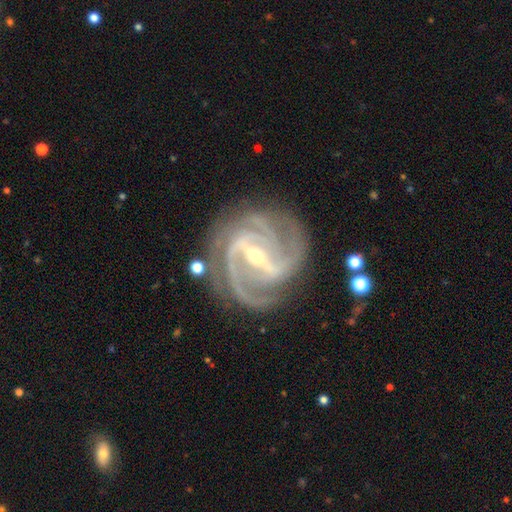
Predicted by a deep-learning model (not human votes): featured or disk 94%, star or artifact 4%, smooth 2%. Down the decision tree: edge-on disk — no (97%); bar — strong (68%); spiral arms — yes (99%); spiral arm count — 3 (42%); spiral winding — tight (53%); bulge size — small (55%); merging — none (77%).